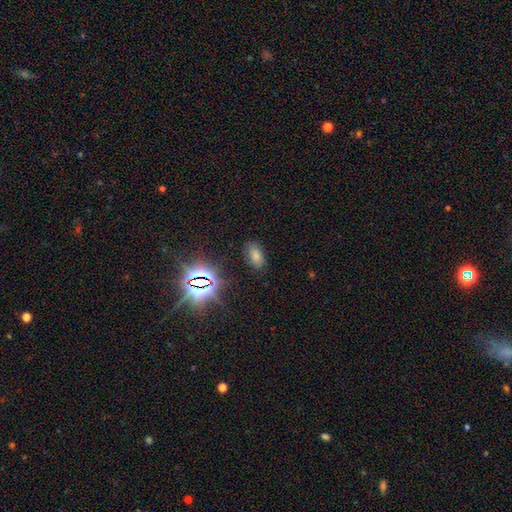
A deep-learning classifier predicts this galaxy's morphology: type=smooth (68%); roundness=in between (92%); merging=none (82%).